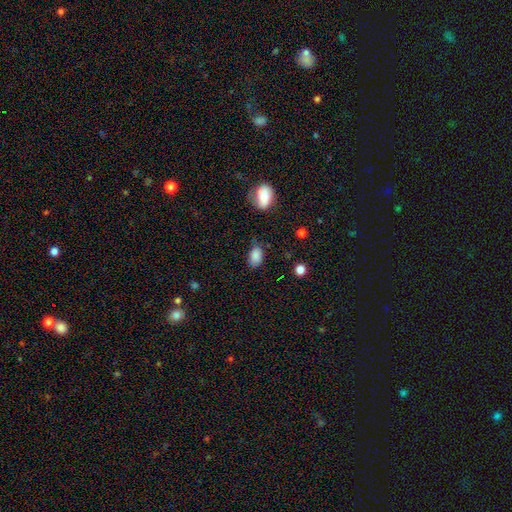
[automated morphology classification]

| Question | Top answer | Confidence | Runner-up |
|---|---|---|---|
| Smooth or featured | smooth | 85% | star or artifact (9%) |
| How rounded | in between | 88% | round (11%) |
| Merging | none | 65% | minor disturbance (26%) |